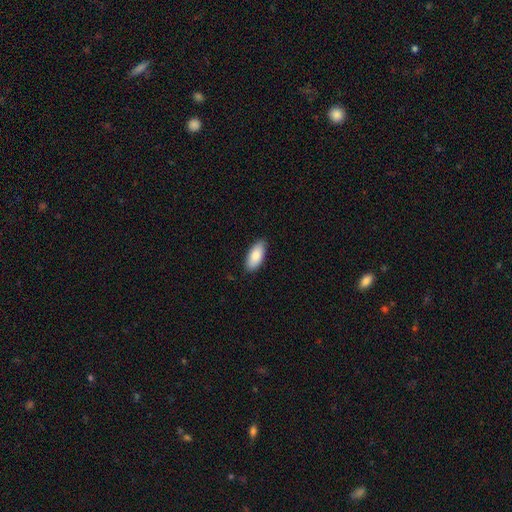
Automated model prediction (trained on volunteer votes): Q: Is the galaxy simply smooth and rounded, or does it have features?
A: smooth — 85%.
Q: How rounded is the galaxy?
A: in between — 89%.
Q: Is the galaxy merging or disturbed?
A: none — 85%.